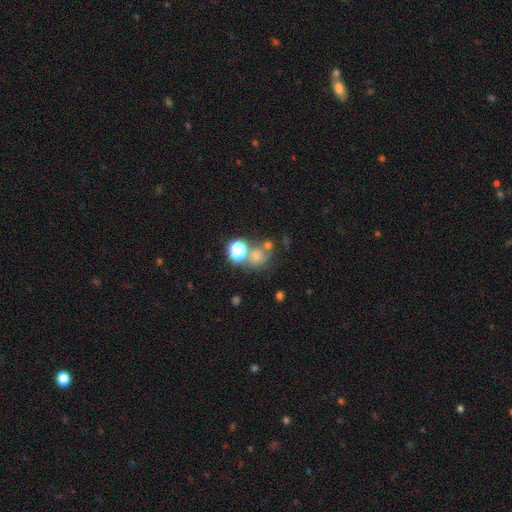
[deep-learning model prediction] This is possibly a smooth galaxy (46%). Merging: possibly none (56%).